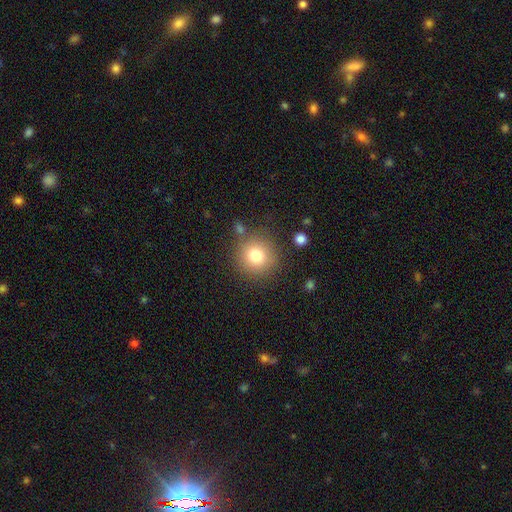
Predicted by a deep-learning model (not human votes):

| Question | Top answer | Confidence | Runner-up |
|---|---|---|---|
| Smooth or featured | smooth | 79% | star or artifact (11%) |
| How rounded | round | 93% | in between (6%) |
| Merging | none | 83% | minor disturbance (9%) |